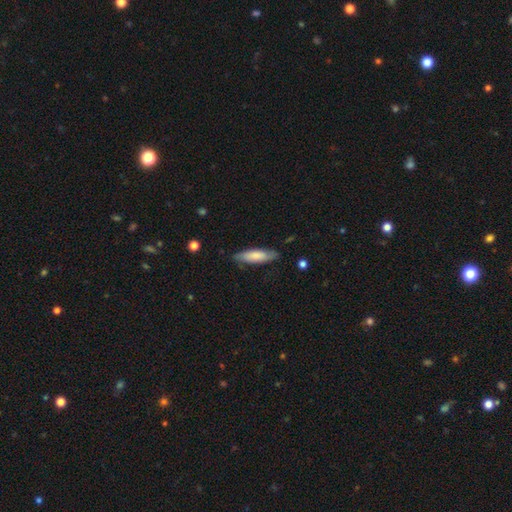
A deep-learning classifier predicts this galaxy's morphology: A smooth galaxy with no disk features (72%) that is cigar-shaped (58%).

Vote fractions:
- Smooth or featured? smooth: 72% / featured or disk: 22% / star or artifact: 6%
- How rounded? cigar-shaped: 58% / in between: 41% / round: 1%
- Merging? none: 81% / minor disturbance: 15% / major disturbance: 3% / merger: 1%